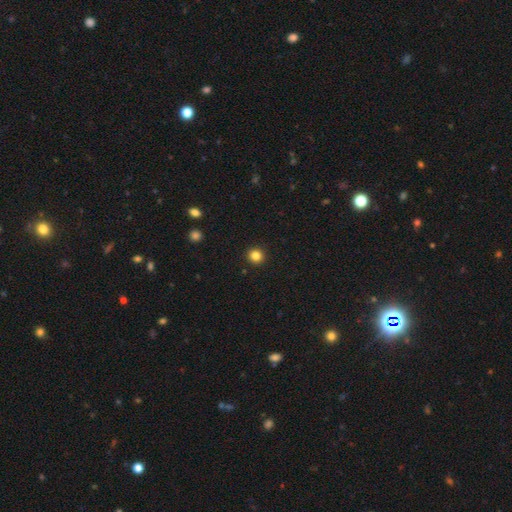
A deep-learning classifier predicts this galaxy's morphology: This is clearly a smooth galaxy (83%). How rounded: clearly round (93%). Merging: clearly none (93%).